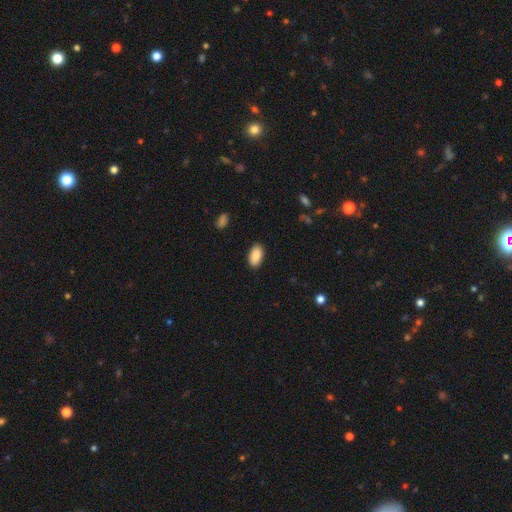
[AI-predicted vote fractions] Morphology: type=smooth (89%); roundness=in between (94%); merging=none (88%).